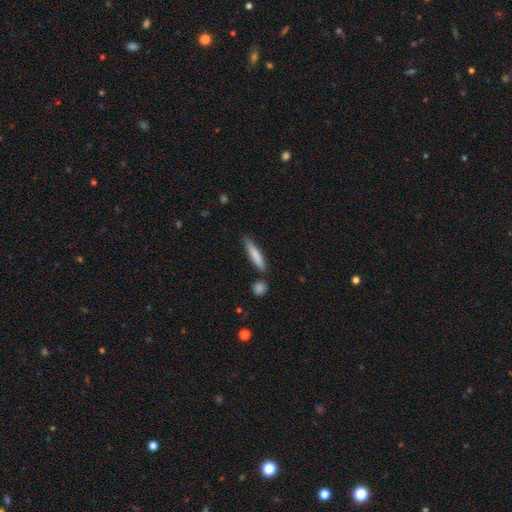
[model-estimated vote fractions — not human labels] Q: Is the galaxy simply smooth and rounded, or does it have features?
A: smooth — 78%.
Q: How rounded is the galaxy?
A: cigar-shaped — 88%.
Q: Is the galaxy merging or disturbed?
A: none — 78%.